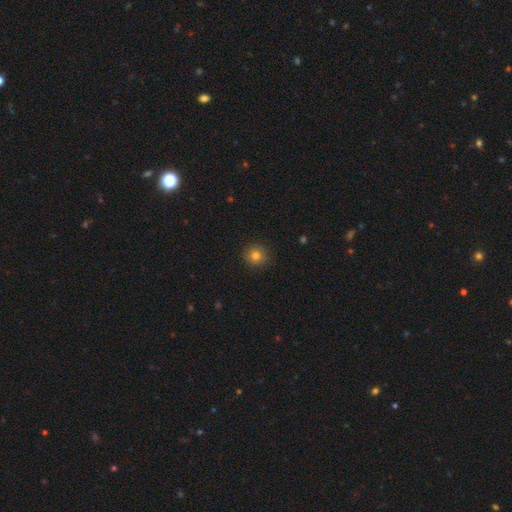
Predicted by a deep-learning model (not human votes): Morphology: type=smooth (80%); roundness=round (93%); merging=none (91%).